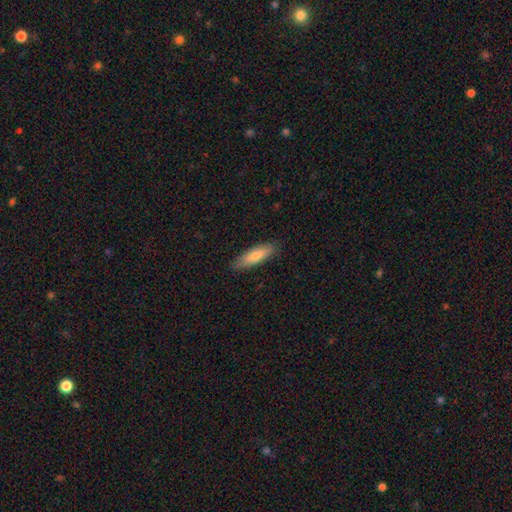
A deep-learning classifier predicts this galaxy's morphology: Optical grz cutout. It shows a smooth galaxy with no disk features (75%) that is cigar-shaped (65%). Merging: none (87%).